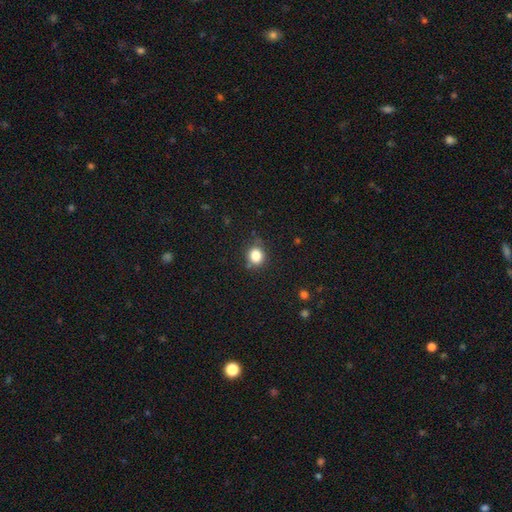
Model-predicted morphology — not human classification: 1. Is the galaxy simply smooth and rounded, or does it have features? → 83% smooth, 11% star or artifact, 6% featured or disk.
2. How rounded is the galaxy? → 75% round, 24% in between, 1% cigar-shaped.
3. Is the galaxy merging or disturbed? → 74% none, 18% minor disturbance, 4% major disturbance, 3% merger.